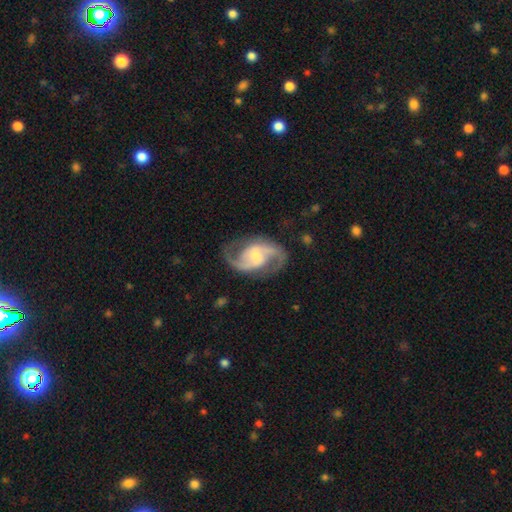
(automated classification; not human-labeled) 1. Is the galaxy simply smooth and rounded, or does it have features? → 91% featured or disk, 5% smooth, 4% star or artifact.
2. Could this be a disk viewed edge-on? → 98% no, 2% yes.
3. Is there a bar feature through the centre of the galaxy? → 46% weak, 38% no, 16% strong.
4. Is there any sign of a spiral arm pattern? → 98% yes, 2% no.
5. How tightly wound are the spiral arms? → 54% medium, 33% loose, 12% tight.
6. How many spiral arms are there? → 94% 2, 2% can't tell, 1% 1, 1% 3, 1% 4, 1% more than 4.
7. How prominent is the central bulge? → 48% moderate, 40% small, 7% large, 4% none, 1% dominant.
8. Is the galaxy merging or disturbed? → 79% none, 14% minor disturbance, 7% major disturbance, 1% merger.